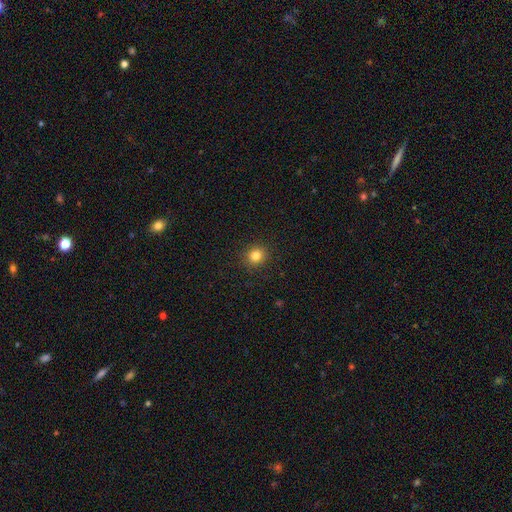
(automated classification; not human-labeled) A smooth galaxy with no disk features (83%) that is round (83%). Merging: none (90%).